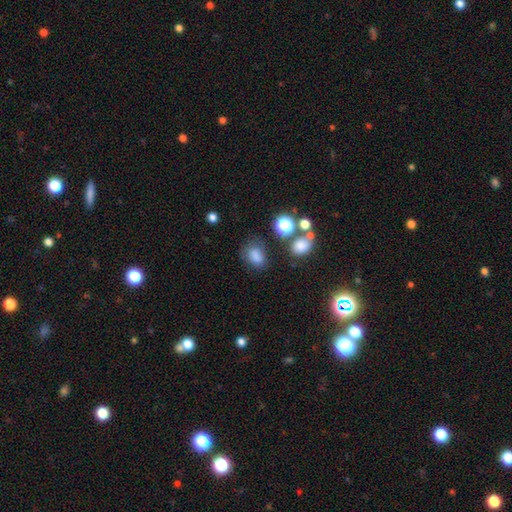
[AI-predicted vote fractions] This is likely a smooth galaxy (79%). How rounded: likely in between (65%). Merging: likely none (63%).